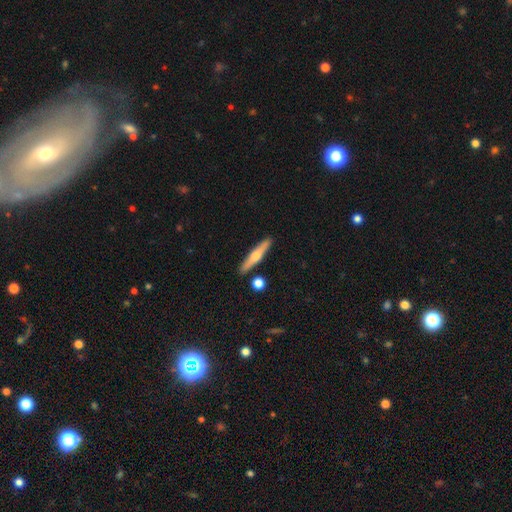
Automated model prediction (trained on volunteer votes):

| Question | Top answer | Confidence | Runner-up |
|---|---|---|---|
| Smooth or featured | featured or disk | 53% | smooth (41%) |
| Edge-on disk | yes | 95% | no (5%) |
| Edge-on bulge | rounded | 90% | none (7%) |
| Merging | none | 87% | minor disturbance (7%) |